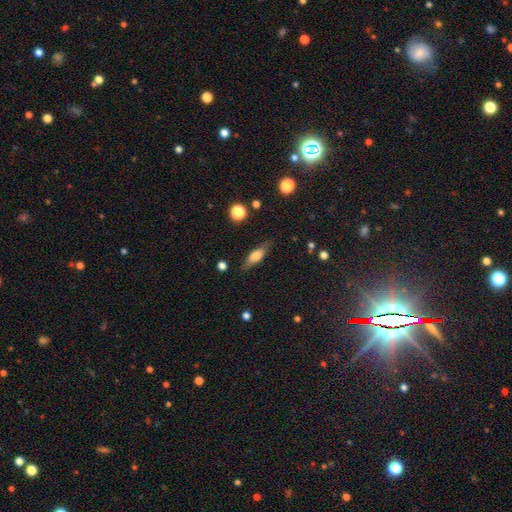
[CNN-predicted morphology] smooth-or-featured: smooth: 60% | featured or disk: 32% | star or artifact: 8%
  how-rounded: in between: 52% | cigar-shaped: 44% | round: 4%
  merging: none: 82% | minor disturbance: 13% | major disturbance: 4% | merger: 1%